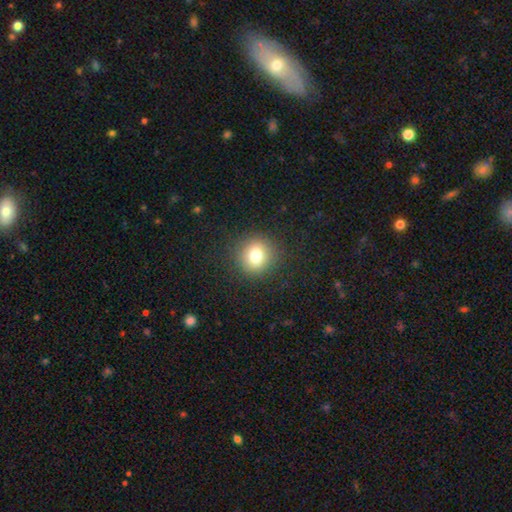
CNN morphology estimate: type=smooth (80%); roundness=round (84%); merging=none (88%).